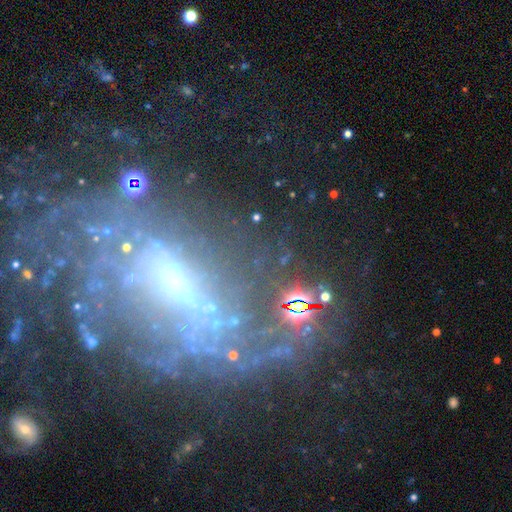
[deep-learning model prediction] A featured or disk galaxy (73%) with a weak bar (35%), spiral arms (68%) and a small central bulge (35%).

Vote fractions:
- Smooth or featured? featured or disk: 73% / star or artifact: 17% / smooth: 9%
- Edge-on disk? no: 93% / yes: 7%
- Bar? weak: 35% / no: 34% / strong: 30%
- Spiral arms? yes: 68% / no: 32%
- Bulge size? small: 35% / moderate: 32% / none: 23% / large: 8% / dominant: 2%
- Merging? none: 45% / major disturbance: 31% / minor disturbance: 18% / merger: 6%